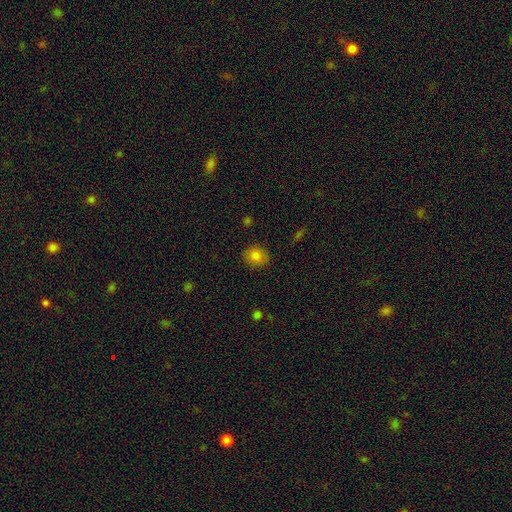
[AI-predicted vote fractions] This appears to be a smooth galaxy with no disk features (82%) that is round (71%). Merging: none (88%).